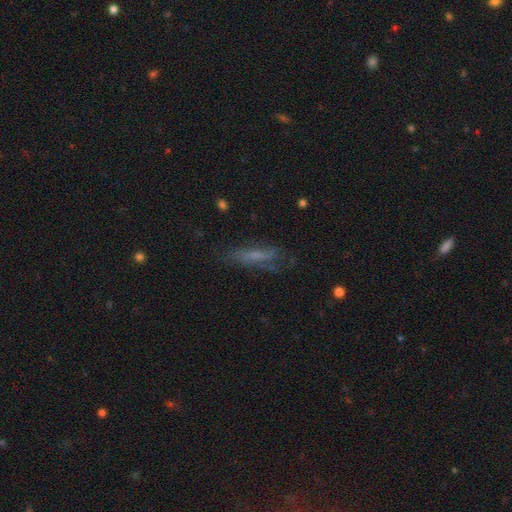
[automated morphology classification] smooth-or-featured: smooth: 44% | featured or disk: 41% | star or artifact: 14%
  merging: none: 59% | minor disturbance: 24% | major disturbance: 15% | merger: 3%